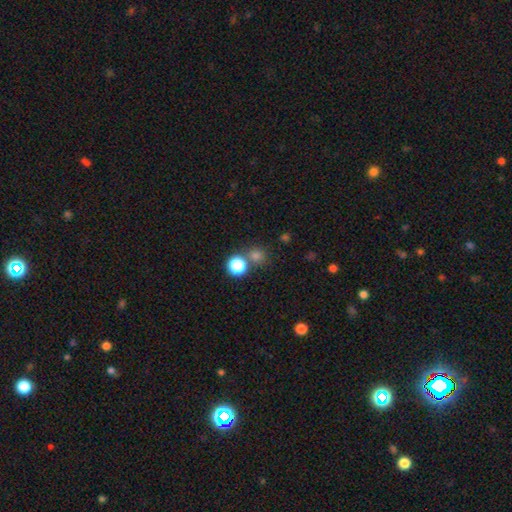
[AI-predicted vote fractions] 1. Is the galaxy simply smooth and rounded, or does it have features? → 74% smooth, 21% star or artifact, 6% featured or disk.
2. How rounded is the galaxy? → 89% round, 10% in between, 1% cigar-shaped.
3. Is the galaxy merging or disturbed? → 70% none, 20% merger, 7% minor disturbance, 3% major disturbance.